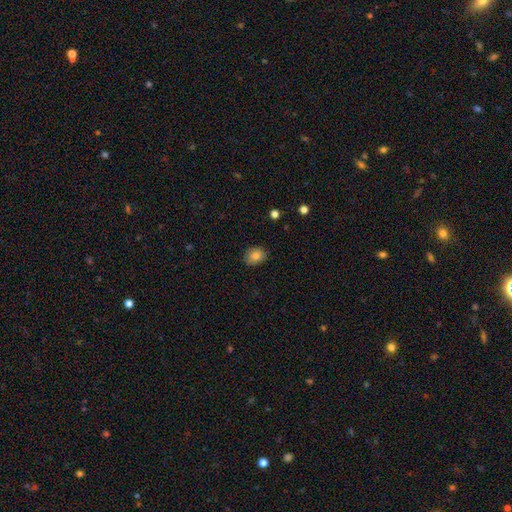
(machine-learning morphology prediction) The model was most divided on "how rounded": in between: 51%, round: 48%, cigar-shaped: 1%. More confident: merging — none (84%); smooth or featured — smooth (83%).